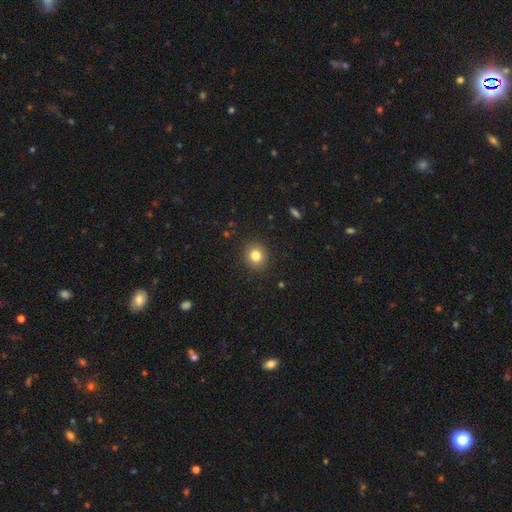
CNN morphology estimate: This is clearly a smooth galaxy (82%). How rounded: likely round (77%). Merging: clearly none (90%).